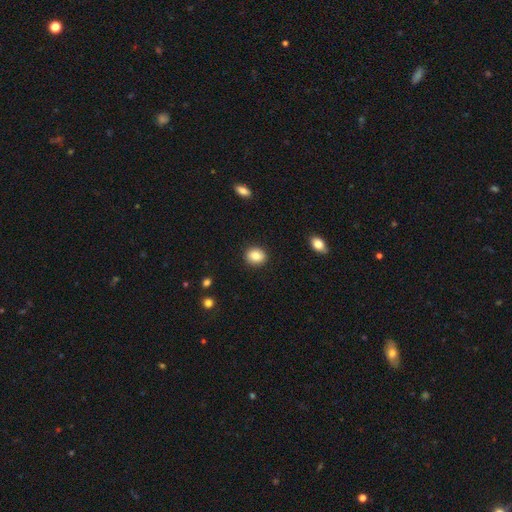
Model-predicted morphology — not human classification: smooth 85%, star or artifact 8%, featured or disk 7%. Down the decision tree: how rounded — round (66%); merging — none (90%).